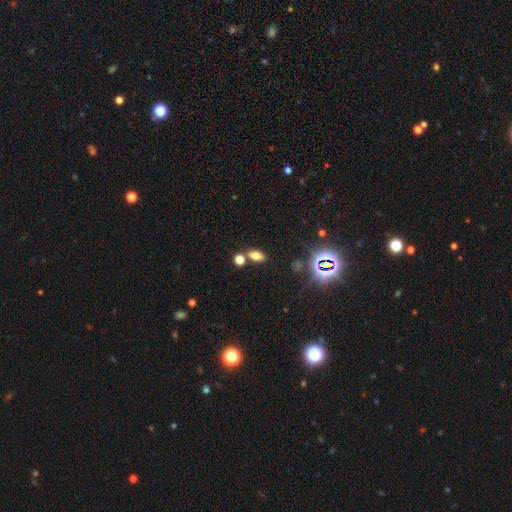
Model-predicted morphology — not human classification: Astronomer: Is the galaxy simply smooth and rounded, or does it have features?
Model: smooth — 68%.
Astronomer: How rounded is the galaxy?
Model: in between — 84%.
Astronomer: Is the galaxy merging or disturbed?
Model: none — 67%.